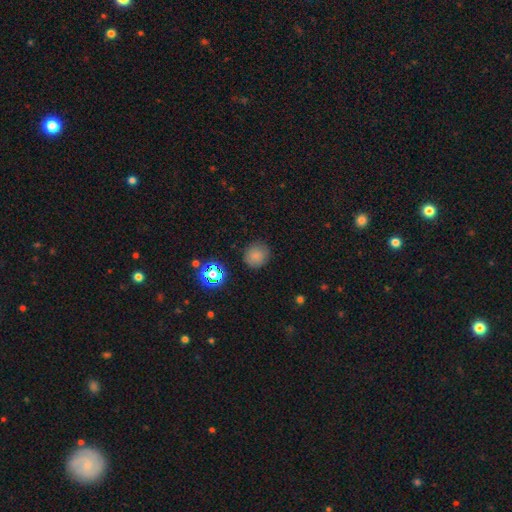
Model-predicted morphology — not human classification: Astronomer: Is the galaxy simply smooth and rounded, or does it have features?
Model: smooth — 79%.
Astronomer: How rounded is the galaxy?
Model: round — 89%.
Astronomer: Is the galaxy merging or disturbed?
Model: none — 86%.